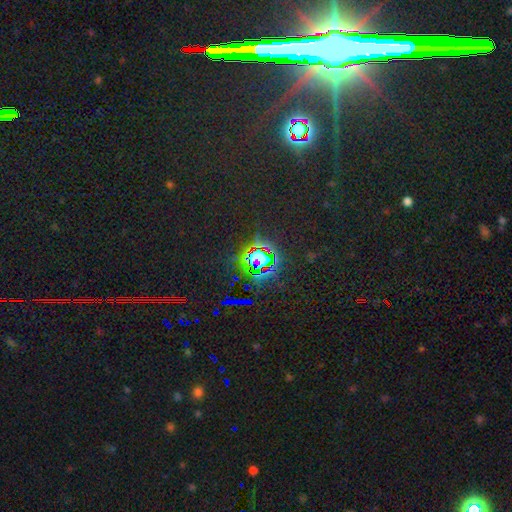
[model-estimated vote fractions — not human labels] The model was most divided on "smooth or featured": star or artifact: 79%, smooth: 11%, featured or disk: 9%.